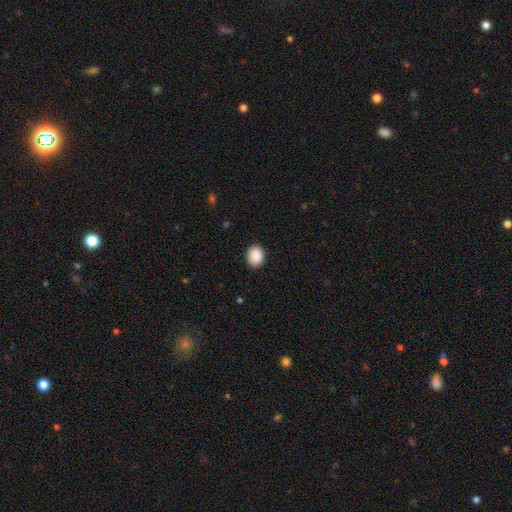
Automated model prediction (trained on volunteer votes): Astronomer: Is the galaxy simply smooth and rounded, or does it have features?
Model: smooth — 89%.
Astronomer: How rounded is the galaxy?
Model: round — 58% (runner-up: in between, 41%).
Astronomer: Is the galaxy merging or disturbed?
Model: none — 90%.